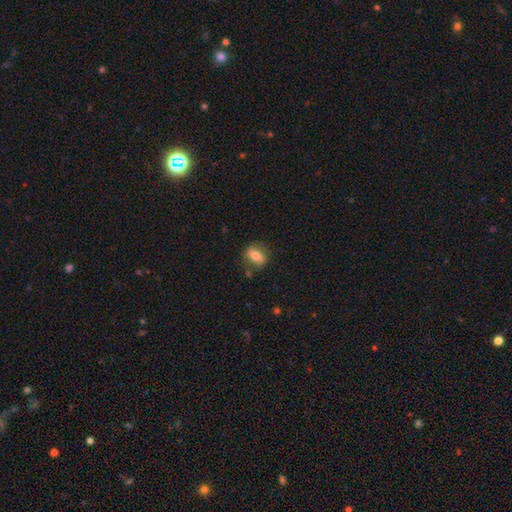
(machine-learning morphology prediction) type=smooth (67%); roundness=in between (69%); merging=none (74%).